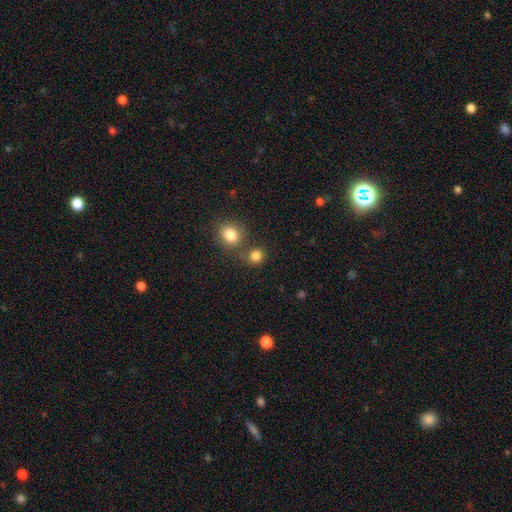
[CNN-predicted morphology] A smooth galaxy with no disk features (83%) that is round (85%).

Vote fractions:
- Smooth or featured? smooth: 83% / star or artifact: 12% / featured or disk: 5%
- How rounded? round: 85% / in between: 13% / cigar-shaped: 1%
- Merging? none: 65% / merger: 23% / minor disturbance: 8% / major disturbance: 3%